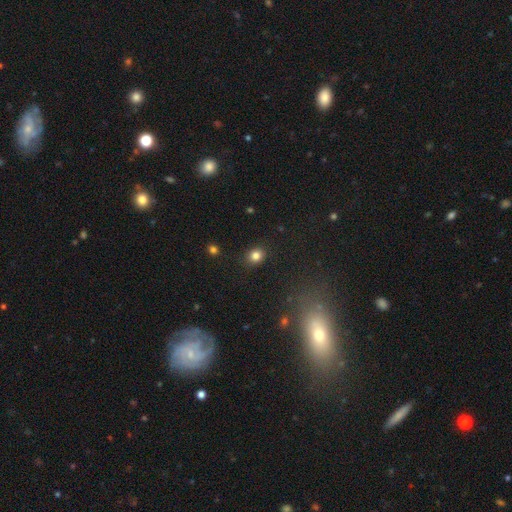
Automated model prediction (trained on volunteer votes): Overall: smooth (83%). How rounded: round (63%; in between 36%). Merging: none (88%).